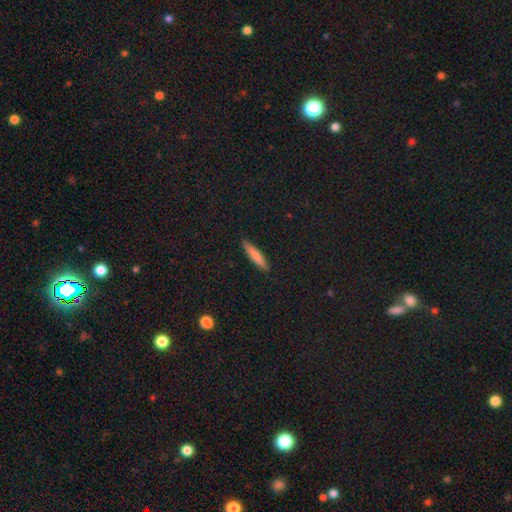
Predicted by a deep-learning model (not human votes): smooth_or_featured: smooth (p=0.80) [alt: featured or disk p=0.14]
how_rounded: cigar-shaped (p=0.87) [alt: in between p=0.11]
merging: none (p=0.90) [alt: minor disturbance p=0.07]